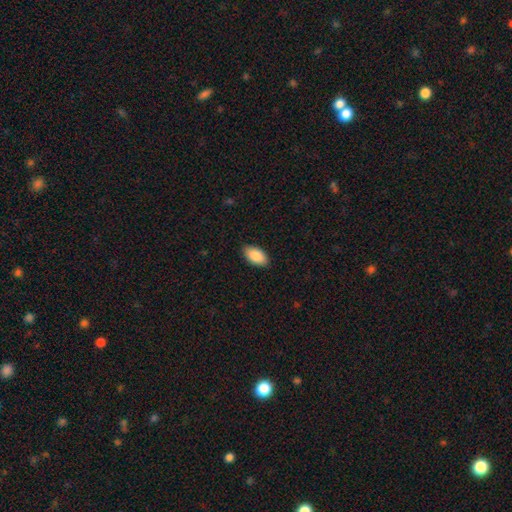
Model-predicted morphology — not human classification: Smooth or featured?
  - smooth: 87% *
  - featured or disk: 6%
  - star or artifact: 6%
How rounded?
  - in between: 95% *
  - round: 3%
  - cigar-shaped: 2%
Merging?
  - none: 88% *
  - minor disturbance: 9%
  - major disturbance: 2%
  - merger: 1%